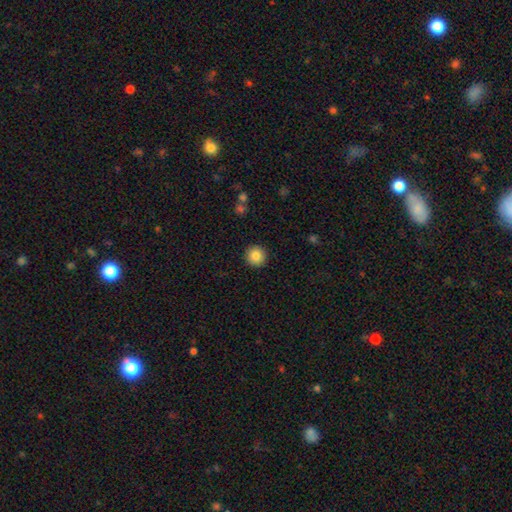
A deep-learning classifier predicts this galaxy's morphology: type=smooth (84%); roundness=round (95%); merging=none (92%).